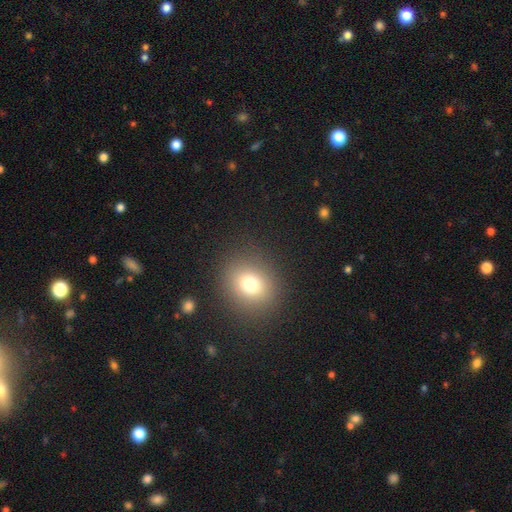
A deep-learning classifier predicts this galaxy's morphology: type=smooth (71%); roundness=round (75%); merging=none (91%).